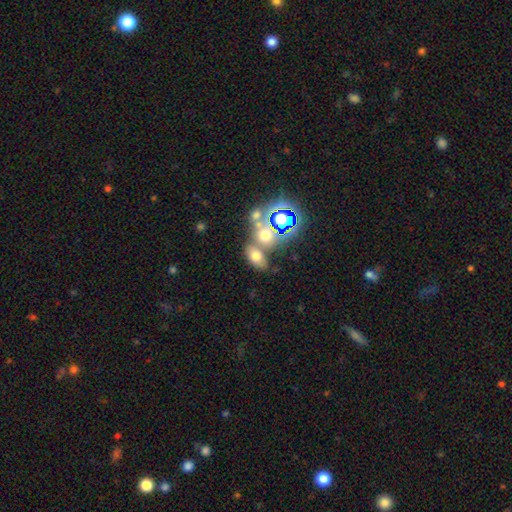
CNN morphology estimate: Smooth or featured: smooth — 63% (star or artifact — 22%)
How rounded: in between — 78% (round — 19%)
Merging: none — 49% (merger — 35%)